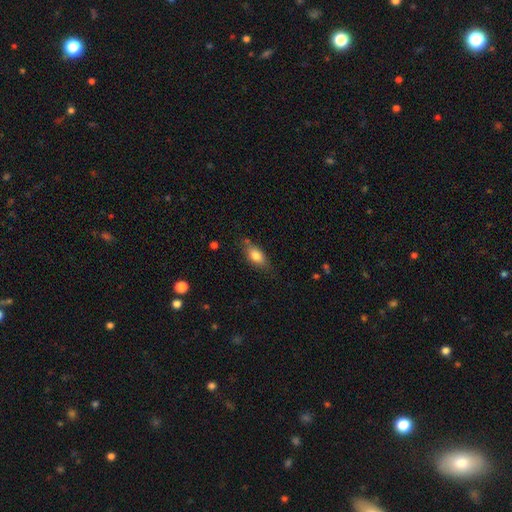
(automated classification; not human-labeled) smooth_or_featured: smooth (p=0.78) [alt: featured or disk p=0.15]
how_rounded: in between (p=0.82) [alt: cigar-shaped p=0.12]
merging: none (p=0.70) [alt: minor disturbance p=0.22]